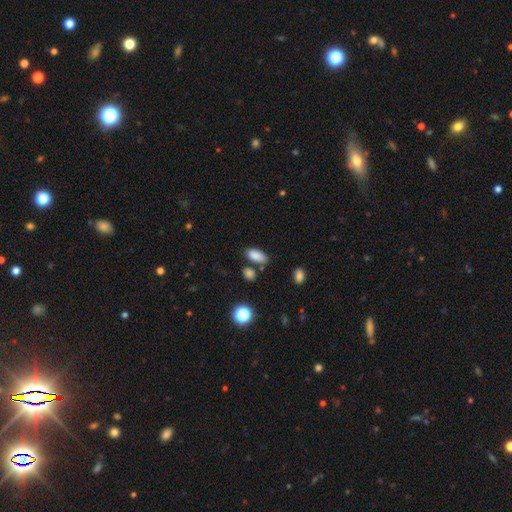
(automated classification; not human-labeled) Smooth or featured?
  - smooth: 85% *
  - star or artifact: 10%
  - featured or disk: 5%
How rounded?
  - in between: 89% *
  - cigar-shaped: 6%
  - round: 5%
Merging?
  - none: 68% *
  - minor disturbance: 15%
  - merger: 13%
  - major disturbance: 4%